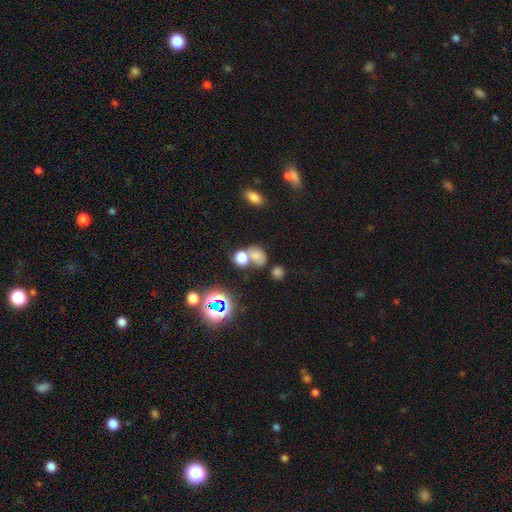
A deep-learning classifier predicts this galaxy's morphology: smooth_or_featured: smooth (p=0.64) [alt: star or artifact p=0.24]
how_rounded: in between (p=0.51) [alt: round p=0.48]
merging: merger (p=0.40) [tied with: none p=0.40]